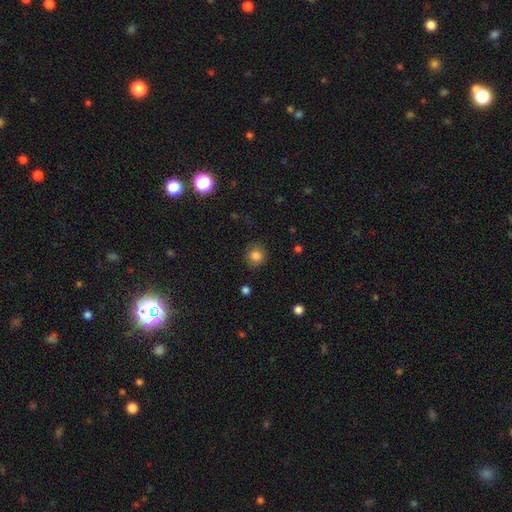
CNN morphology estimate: Smooth or featured? Predicted: smooth (p=0.83). How rounded? Predicted: round (p=0.84). Merging? Predicted: none (p=0.84).